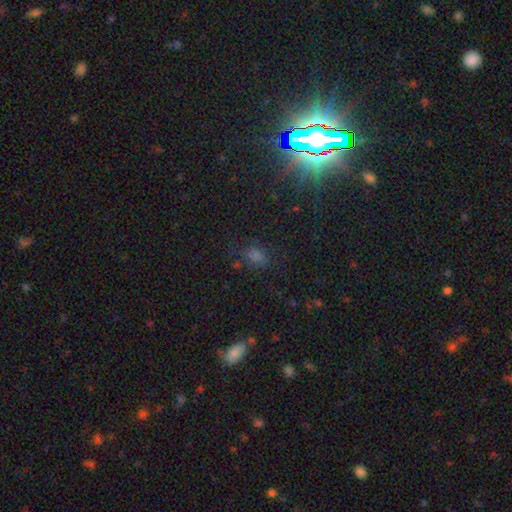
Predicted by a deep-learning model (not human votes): smooth_or_featured: smooth (p=0.49) [alt: star or artifact p=0.42]
merging: none (p=0.75) [alt: minor disturbance p=0.15]